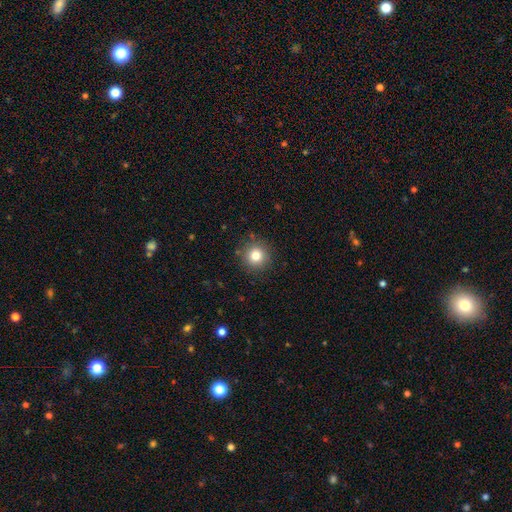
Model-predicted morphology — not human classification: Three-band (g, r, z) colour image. It shows a smooth galaxy with no disk features (80%) that is round (95%). Merging: none (88%).